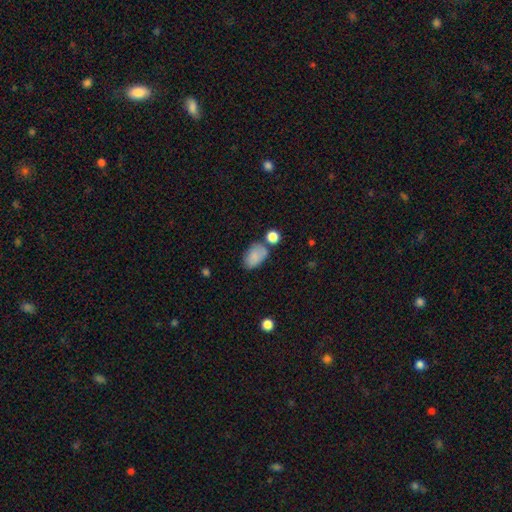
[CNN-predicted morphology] Overall: smooth (82%). How rounded: in between (89%). Merging: none (53%; minor disturbance 23%).